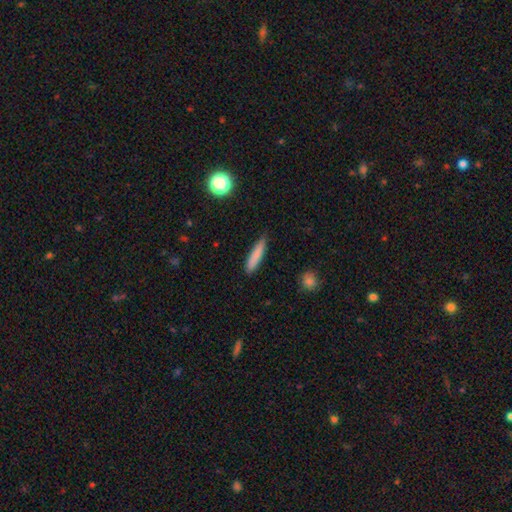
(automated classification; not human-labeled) A smooth galaxy with no disk features (83%) that is cigar-shaped (86%). Merging: none (82%).